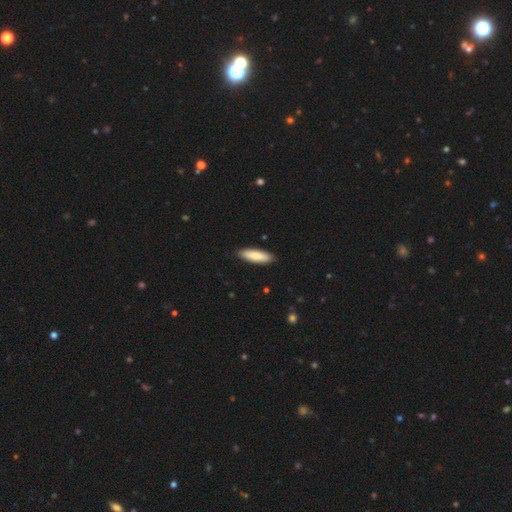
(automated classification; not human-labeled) Smooth or featured? smooth (83%)
How rounded? cigar-shaped (57%)
Merging? none (90%)